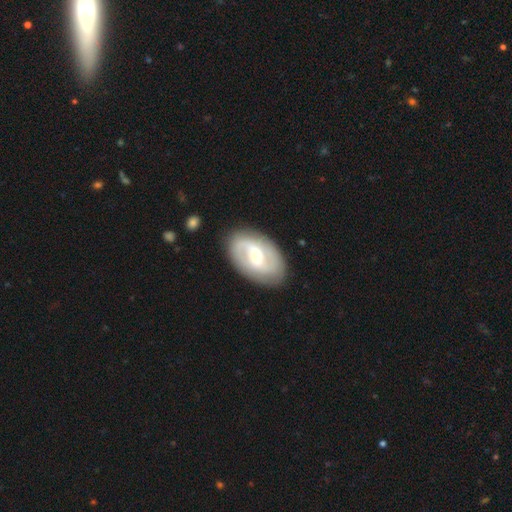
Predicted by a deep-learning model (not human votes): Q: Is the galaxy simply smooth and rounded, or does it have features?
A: featured or disk — 76%.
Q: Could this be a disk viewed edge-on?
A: no — 96%.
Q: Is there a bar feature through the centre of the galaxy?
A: weak — 52%.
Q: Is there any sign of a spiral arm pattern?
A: yes — 87%.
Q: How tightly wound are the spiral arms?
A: medium — 42%.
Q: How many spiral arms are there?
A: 2 — 85%.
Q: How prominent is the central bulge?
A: moderate — 59%.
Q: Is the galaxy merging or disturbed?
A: none — 85%.